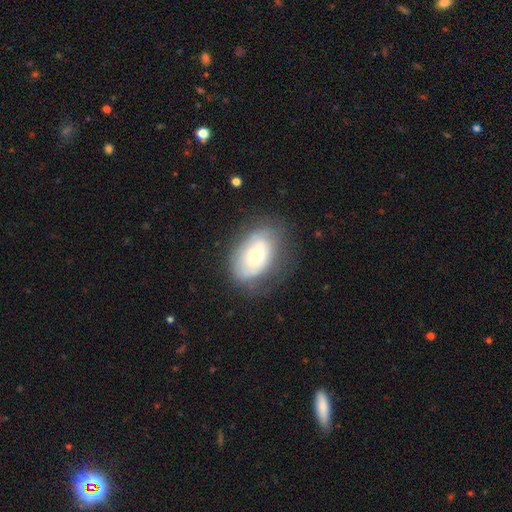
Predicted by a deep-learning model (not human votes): The model was most divided on "smooth or featured": smooth: 50%, featured or disk: 42%, star or artifact: 8%. More confident: merging — none (63%).